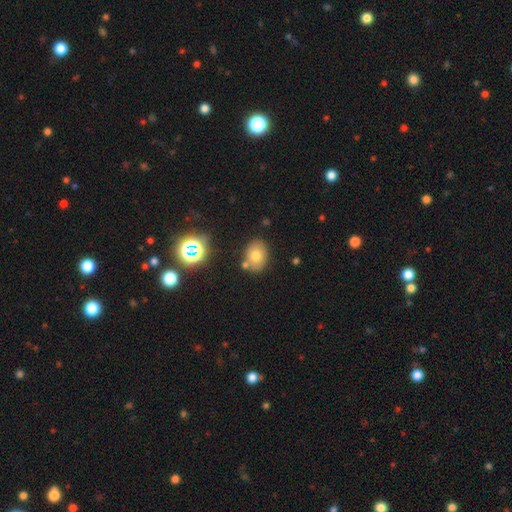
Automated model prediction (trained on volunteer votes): Smooth or featured? Predicted: smooth (p=0.72). How rounded? Predicted: in between (p=0.62). Merging? Predicted: none (p=0.75).